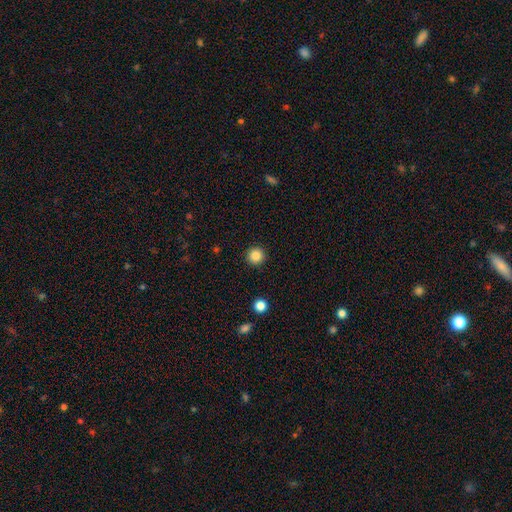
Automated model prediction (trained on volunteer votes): Smooth or featured?
  - smooth: 85% *
  - star or artifact: 11%
  - featured or disk: 4%
How rounded?
  - round: 96% *
  - in between: 3%
  - cigar-shaped: 1%
Merging?
  - none: 93% *
  - minor disturbance: 4%
  - major disturbance: 2%
  - merger: 1%